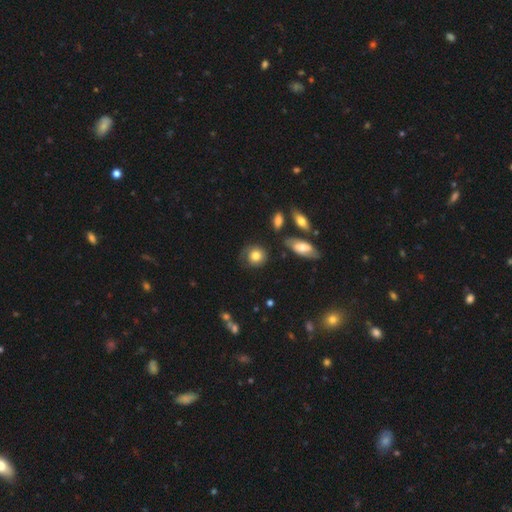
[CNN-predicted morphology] A smooth galaxy with no disk features (71%) that is round (78%).

Vote fractions:
- Smooth or featured? smooth: 71% / featured or disk: 22% / star or artifact: 7%
- How rounded? round: 78% / in between: 21% / cigar-shaped: 1%
- Merging? none: 64% / minor disturbance: 22% / major disturbance: 11% / merger: 4%